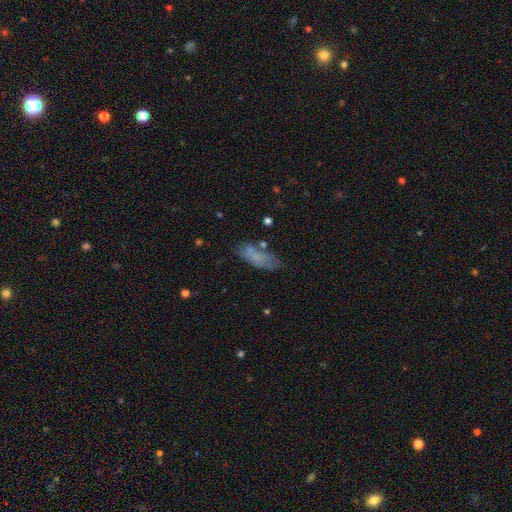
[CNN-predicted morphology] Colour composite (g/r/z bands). It shows a smooth galaxy with no disk features (65%) that is in between round and cigar-shaped (70%). Merging: none (59%).